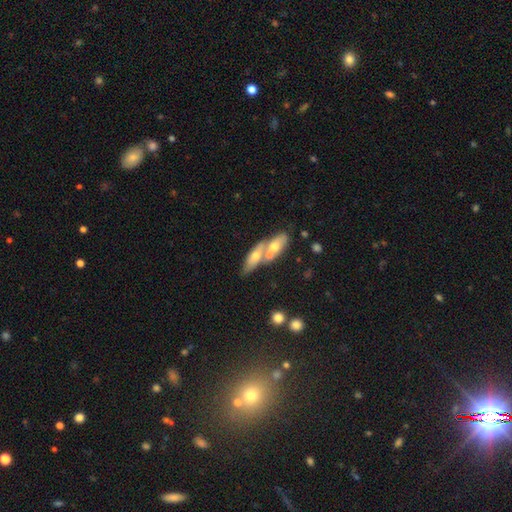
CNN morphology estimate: Smooth or featured: smooth — 50% (featured or disk — 43%)
Merging: merger — 58% (none — 27%)